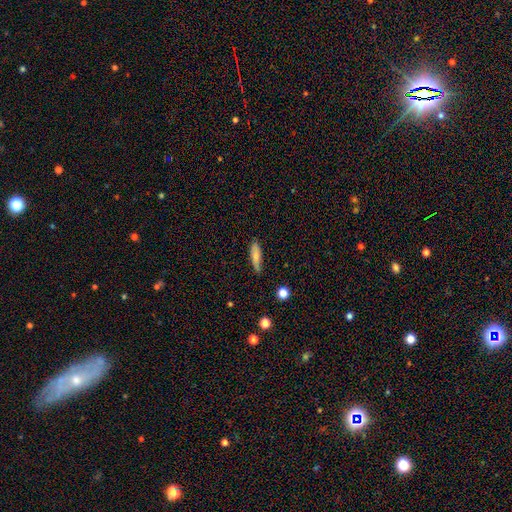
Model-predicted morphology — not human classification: Q: Smooth or featured?
A: smooth (77%); runner-up: featured or disk (16%)
Q: How rounded?
A: cigar-shaped (63%); runner-up: in between (35%)
Q: Merging?
A: none (73%); runner-up: minor disturbance (21%)